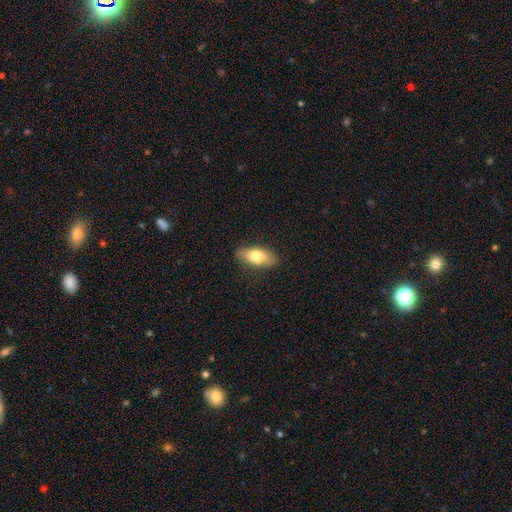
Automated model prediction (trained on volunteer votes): The model was most divided on "smooth or featured": smooth: 73%, featured or disk: 20%, star or artifact: 7%. More confident: how rounded — in between (84%); merging — none (76%).